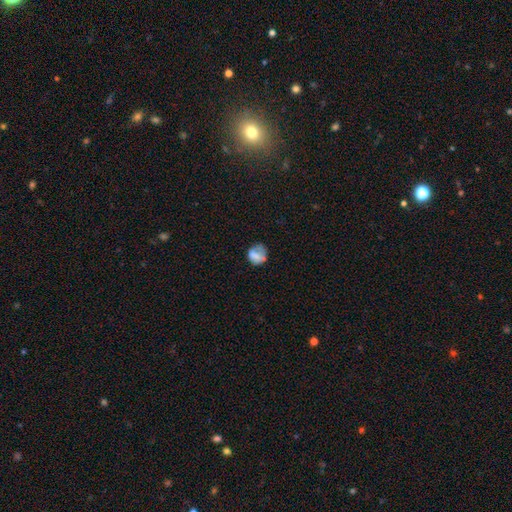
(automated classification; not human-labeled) Morphology: type=smooth (72%); roundness=round (72%); merging=none (50%).